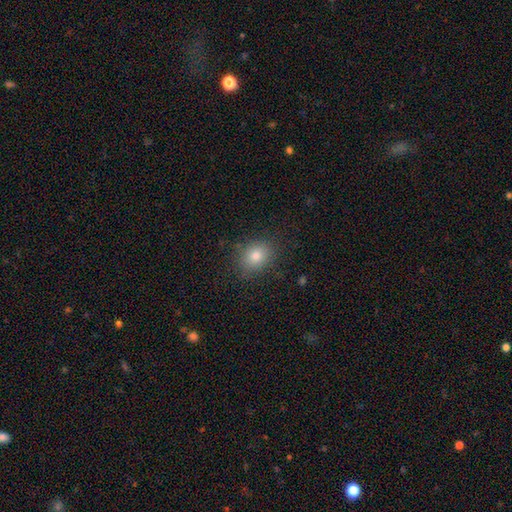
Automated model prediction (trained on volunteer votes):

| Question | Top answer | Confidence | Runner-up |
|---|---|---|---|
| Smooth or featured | smooth | 81% | star or artifact (11%) |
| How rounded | round | 52% | in between (47%) |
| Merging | none | 85% | minor disturbance (11%) |